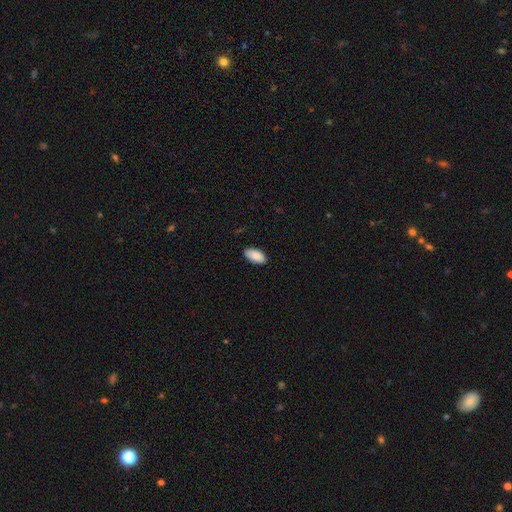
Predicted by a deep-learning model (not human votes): Q: Smooth or featured?
A: smooth (88%); runner-up: featured or disk (6%)
Q: How rounded?
A: in between (95%); runner-up: cigar-shaped (3%)
Q: Merging?
A: none (87%); runner-up: minor disturbance (10%)